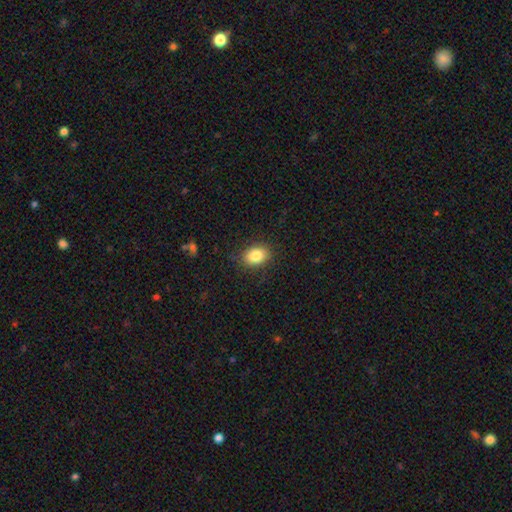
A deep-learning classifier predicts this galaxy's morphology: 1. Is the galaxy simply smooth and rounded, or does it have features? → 84% smooth, 9% star or artifact, 7% featured or disk.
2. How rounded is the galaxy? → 71% in between, 28% round, 1% cigar-shaped.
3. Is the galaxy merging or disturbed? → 85% none, 10% minor disturbance, 3% major disturbance, 1% merger.